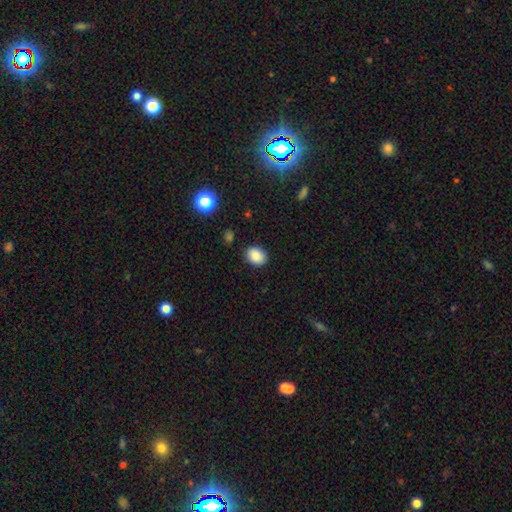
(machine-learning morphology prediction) Smooth or featured: smooth — 88% (star or artifact — 9%)
How rounded: in between — 65% (round — 34%)
Merging: none — 86% (minor disturbance — 10%)